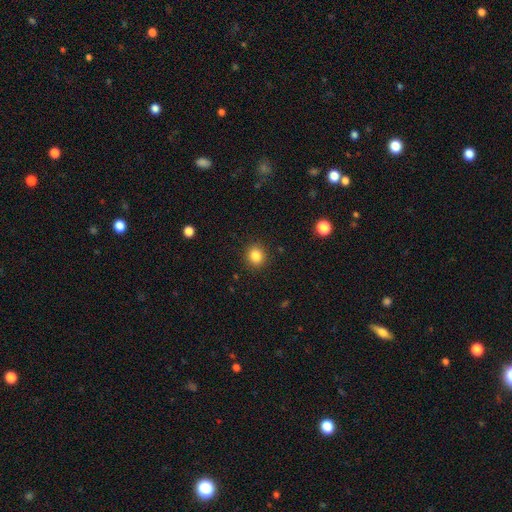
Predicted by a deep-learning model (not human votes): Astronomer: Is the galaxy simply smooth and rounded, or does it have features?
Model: smooth — 84%.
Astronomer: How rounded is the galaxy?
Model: round — 86%.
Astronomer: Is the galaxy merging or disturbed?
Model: none — 91%.